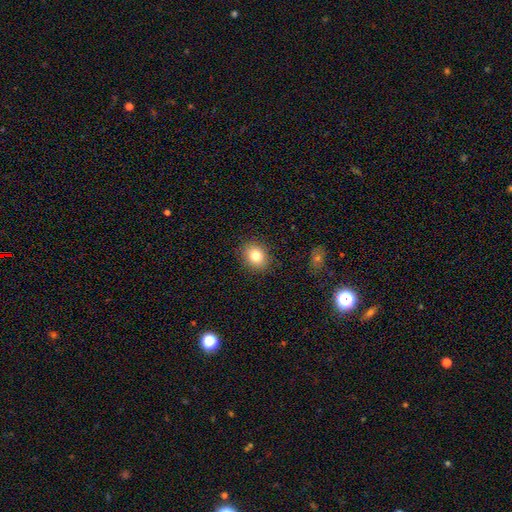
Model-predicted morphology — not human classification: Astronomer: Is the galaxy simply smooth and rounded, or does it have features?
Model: smooth — 82%.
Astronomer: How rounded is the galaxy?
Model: in between — 56% (runner-up: round, 43%).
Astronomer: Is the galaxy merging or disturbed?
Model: none — 88%.